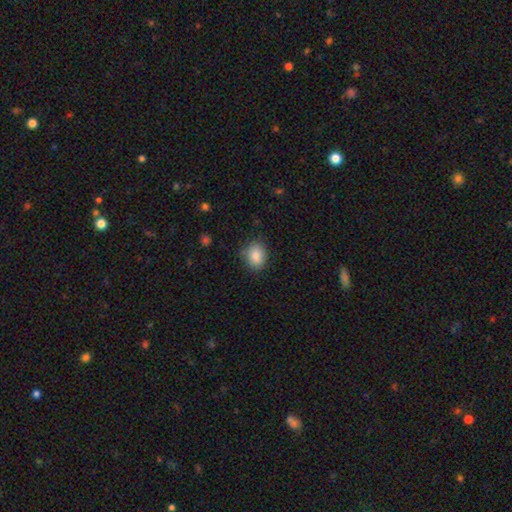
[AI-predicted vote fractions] A smooth galaxy with no disk features (86%) that is in between round and cigar-shaped (56%).

Vote fractions:
- Smooth or featured? smooth: 86% / star or artifact: 8% / featured or disk: 6%
- How rounded? in between: 56% / round: 43% / cigar-shaped: 1%
- Merging? none: 80% / minor disturbance: 16% / major disturbance: 3% / merger: 1%